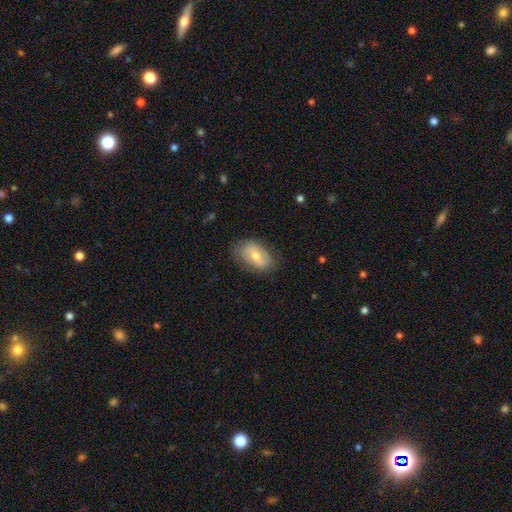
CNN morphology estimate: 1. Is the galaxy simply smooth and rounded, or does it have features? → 49% smooth, 43% featured or disk, 8% star or artifact.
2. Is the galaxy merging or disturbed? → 77% none, 17% minor disturbance, 5% major disturbance, 1% merger.